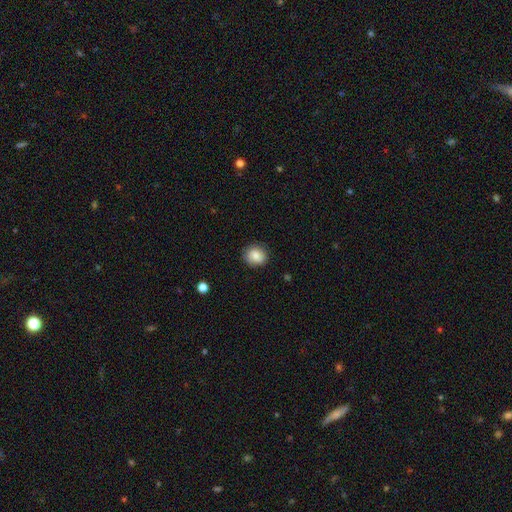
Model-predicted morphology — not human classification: Smooth or featured: smooth — 84% (star or artifact — 8%)
How rounded: round — 75% (in between — 24%)
Merging: none — 81% (minor disturbance — 15%)